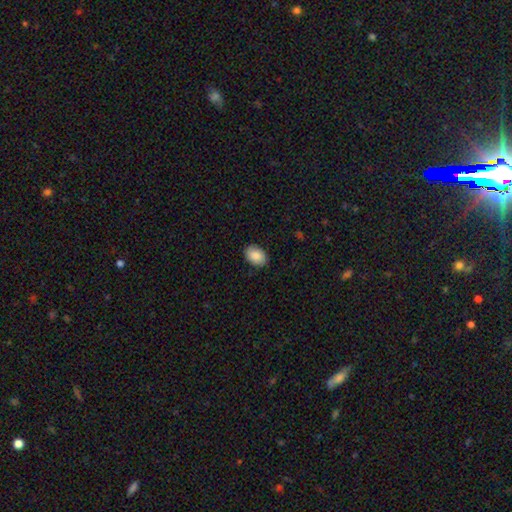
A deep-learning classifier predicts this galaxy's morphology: This is clearly a smooth galaxy (89%). How rounded: likely in between (80%). Merging: clearly none (88%).